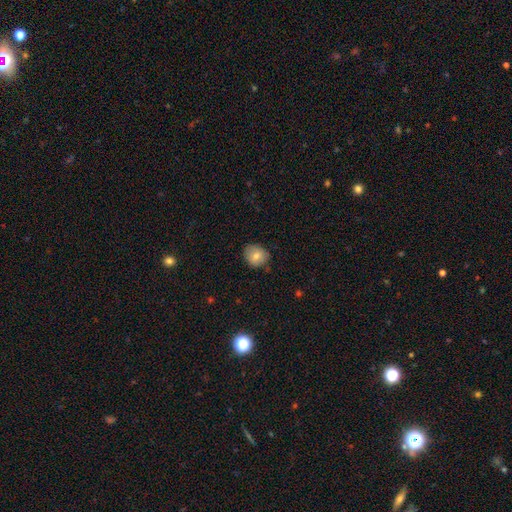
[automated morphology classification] type=smooth (78%); roundness=round (63%); merging=none (76%).